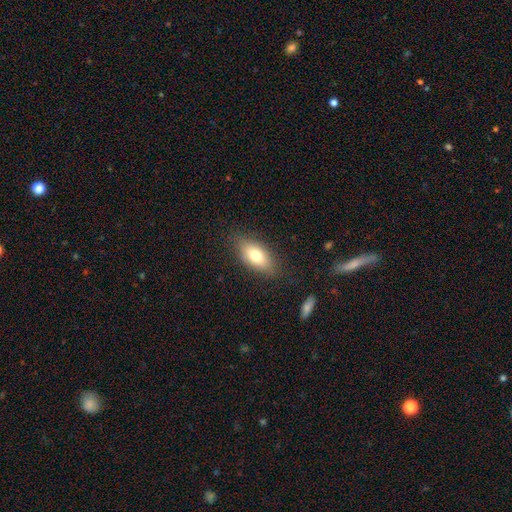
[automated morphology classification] Overall: smooth (75%). How rounded: in between (86%). Merging: none (81%).